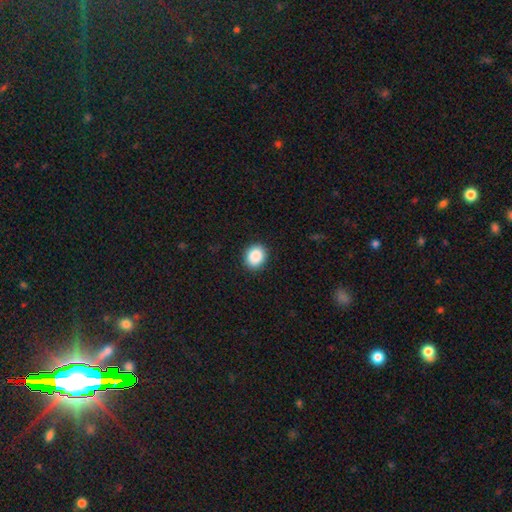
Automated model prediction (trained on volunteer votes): The model was most divided on "how rounded": round: 63%, in between: 36%, cigar-shaped: 1%. More confident: merging — none (90%); smooth or featured — smooth (89%).